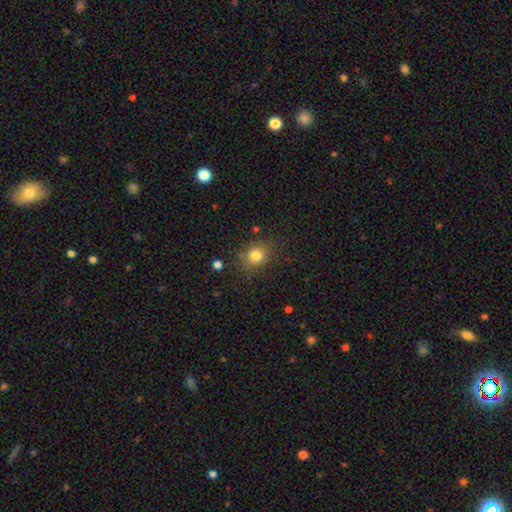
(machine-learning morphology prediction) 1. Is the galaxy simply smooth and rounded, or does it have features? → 80% smooth, 12% star or artifact, 7% featured or disk.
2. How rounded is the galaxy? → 63% round, 35% in between, 1% cigar-shaped.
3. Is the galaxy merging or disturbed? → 80% none, 13% minor disturbance, 4% major disturbance, 3% merger.